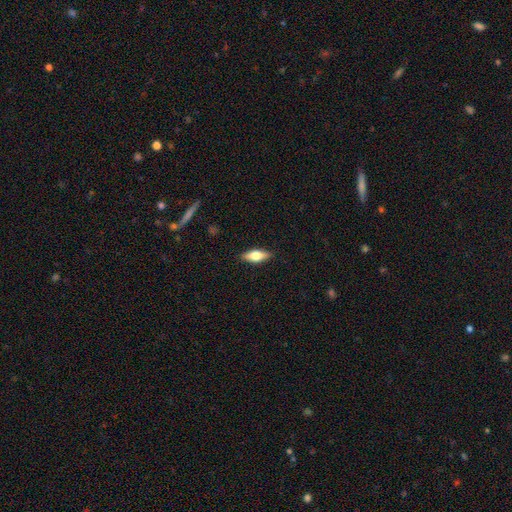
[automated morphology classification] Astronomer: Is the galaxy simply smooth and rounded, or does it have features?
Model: smooth — 59%.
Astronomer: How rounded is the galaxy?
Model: in between — 71%.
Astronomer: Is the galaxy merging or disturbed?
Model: none — 88%.